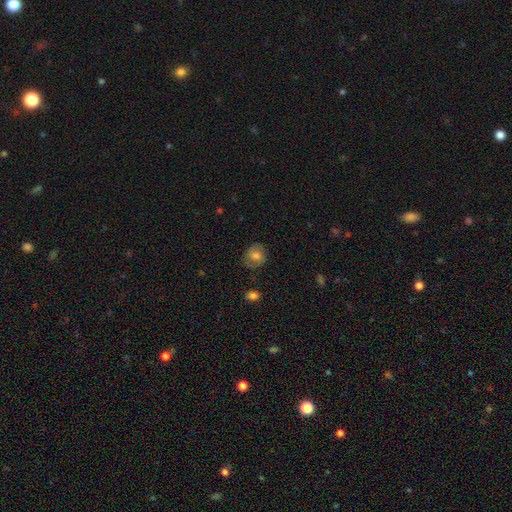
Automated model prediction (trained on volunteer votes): A smooth galaxy with no disk features (60%) that is round (70%). Merging: none (74%).